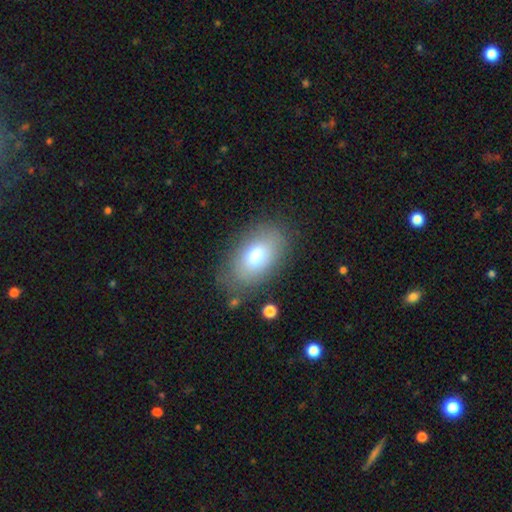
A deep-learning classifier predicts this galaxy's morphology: The model was most divided on "smooth or featured": smooth: 74%, featured or disk: 17%, star or artifact: 8%. More confident: how rounded — in between (91%); merging — none (79%).